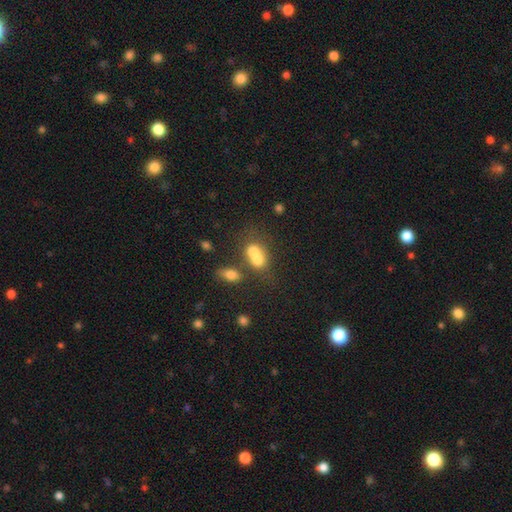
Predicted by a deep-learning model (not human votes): The model was most divided on "how rounded": in between: 57%, round: 41%, cigar-shaped: 2%. More confident: smooth or featured — smooth (69%); merging — merger (66%).